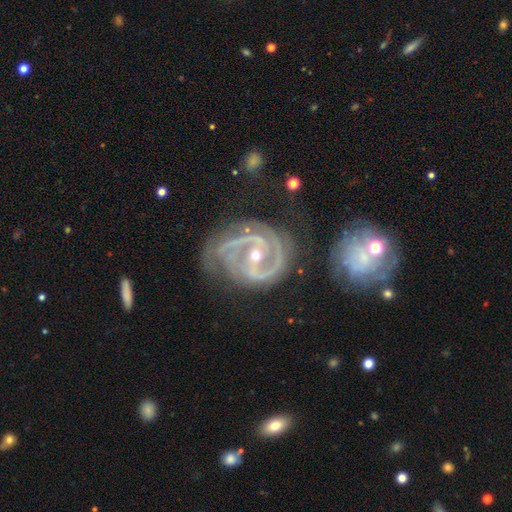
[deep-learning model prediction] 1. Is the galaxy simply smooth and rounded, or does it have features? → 92% featured or disk, 5% star or artifact, 3% smooth.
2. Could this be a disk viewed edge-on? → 97% no, 3% yes.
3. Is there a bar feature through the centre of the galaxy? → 41% strong, 33% weak, 27% no.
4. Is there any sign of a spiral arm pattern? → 98% yes, 2% no.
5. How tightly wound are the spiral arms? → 51% tight, 41% medium, 8% loose.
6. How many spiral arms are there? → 62% 2, 18% 3, 8% can't tell, 4% 4, 4% 1, 3% more than 4.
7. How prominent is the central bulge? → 62% small, 35% moderate, 1% large, 1% none, 1% dominant.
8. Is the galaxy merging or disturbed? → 55% none, 24% minor disturbance, 16% major disturbance, 5% merger.